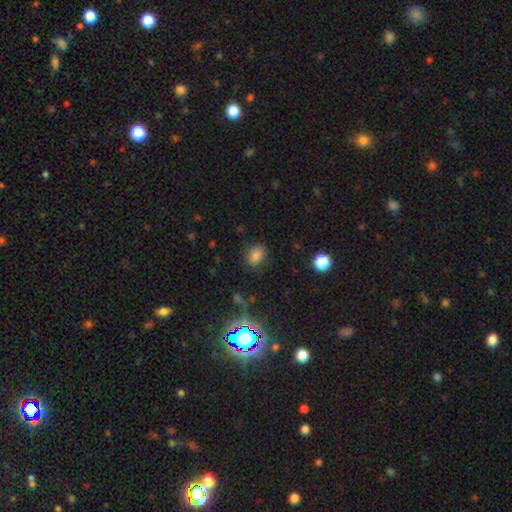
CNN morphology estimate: Overall: smooth (76%). How rounded: in between (65%; round 34%). Merging: none (80%).